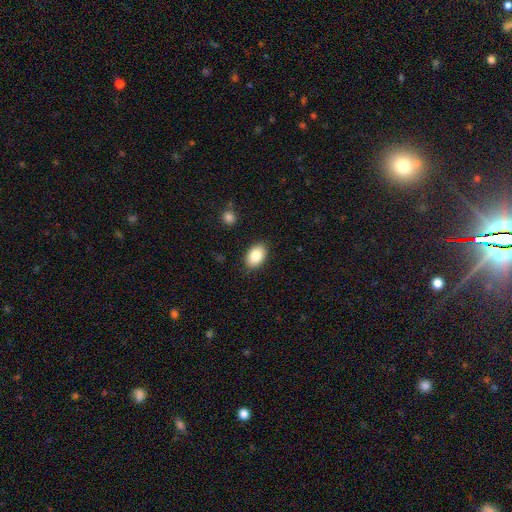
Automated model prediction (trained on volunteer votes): Smooth or featured: smooth — 85% (featured or disk — 8%)
How rounded: in between — 87% (round — 12%)
Merging: none — 87% (minor disturbance — 9%)